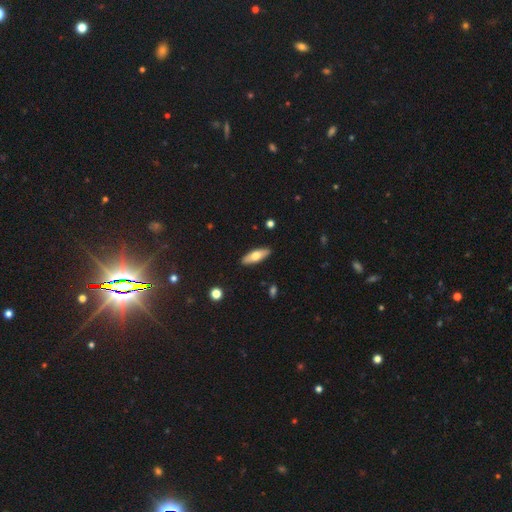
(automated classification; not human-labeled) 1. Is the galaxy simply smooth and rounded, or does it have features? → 63% smooth, 32% featured or disk, 6% star or artifact.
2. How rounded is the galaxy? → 59% in between, 39% cigar-shaped, 2% round.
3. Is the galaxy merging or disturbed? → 89% none, 8% minor disturbance, 2% major disturbance, 1% merger.